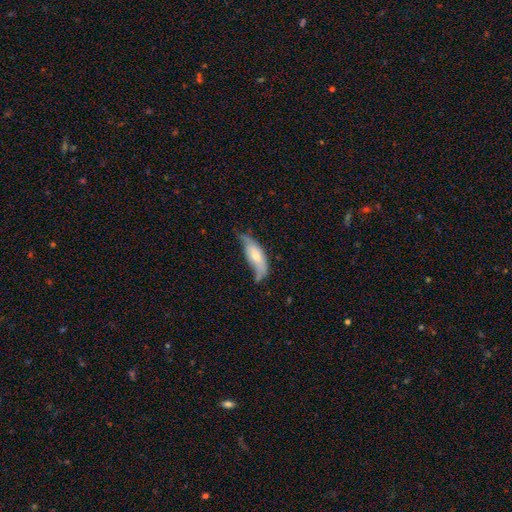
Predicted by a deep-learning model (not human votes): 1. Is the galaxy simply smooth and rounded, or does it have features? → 58% smooth, 36% featured or disk, 6% star or artifact.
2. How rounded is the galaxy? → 67% in between, 31% cigar-shaped, 2% round.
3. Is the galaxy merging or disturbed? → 41% minor disturbance, 36% none, 18% major disturbance, 5% merger.